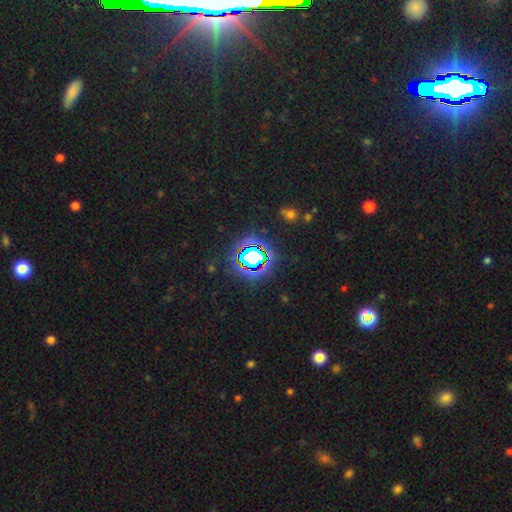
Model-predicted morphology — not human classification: Smooth or featured? Predicted: star or artifact (p=0.70).